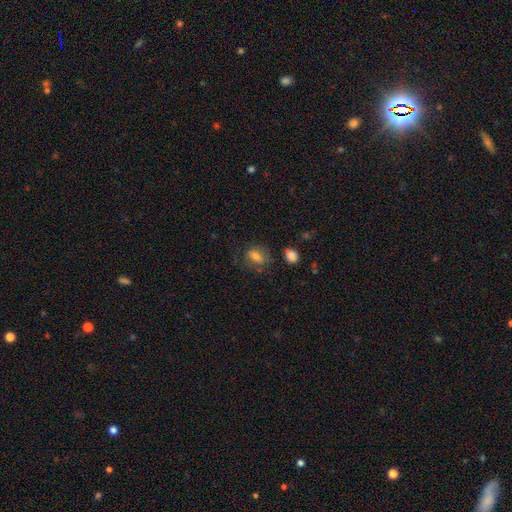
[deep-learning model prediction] Smooth or featured? smooth (65%)
How rounded? in between (61%)
Merging? none (64%)